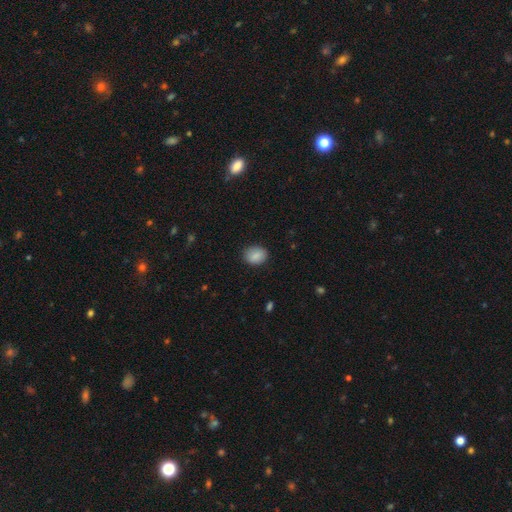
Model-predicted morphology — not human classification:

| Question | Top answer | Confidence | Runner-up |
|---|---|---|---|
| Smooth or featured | smooth | 88% | star or artifact (7%) |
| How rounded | in between | 54% | round (45%) |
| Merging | none | 86% | minor disturbance (11%) |